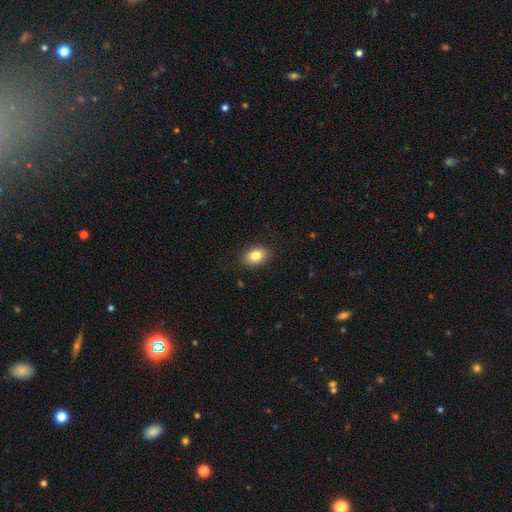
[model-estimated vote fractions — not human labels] This is clearly a smooth galaxy (81%). How rounded: likely in between (79%). Merging: clearly none (87%).